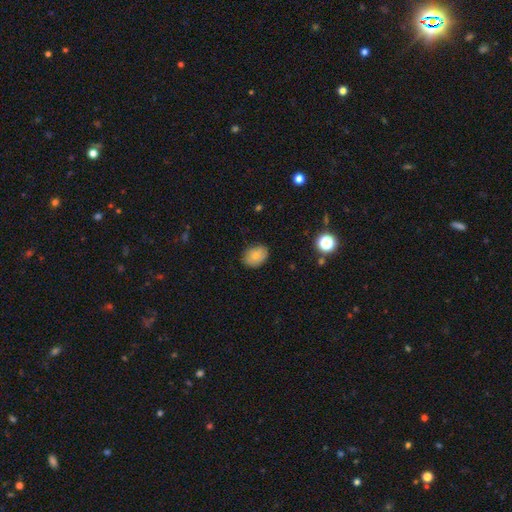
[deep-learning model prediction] smooth_or_featured: smooth (p=0.77) [alt: featured or disk p=0.13]
how_rounded: in between (p=0.69) [alt: round p=0.30]
merging: none (p=0.82) [alt: minor disturbance p=0.14]